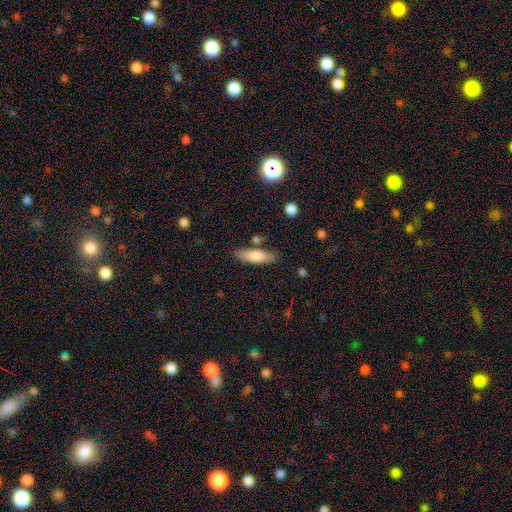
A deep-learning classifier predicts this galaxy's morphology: Smooth or featured? smooth (74%)
How rounded? cigar-shaped (56%)
Merging? none (79%)